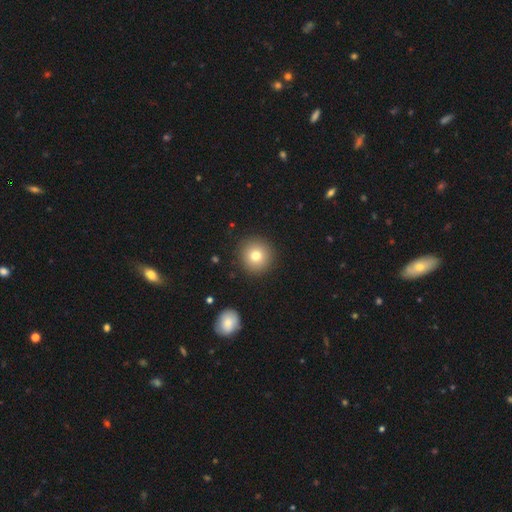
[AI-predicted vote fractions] Morphology: type=smooth (77%); roundness=round (94%); merging=none (91%).